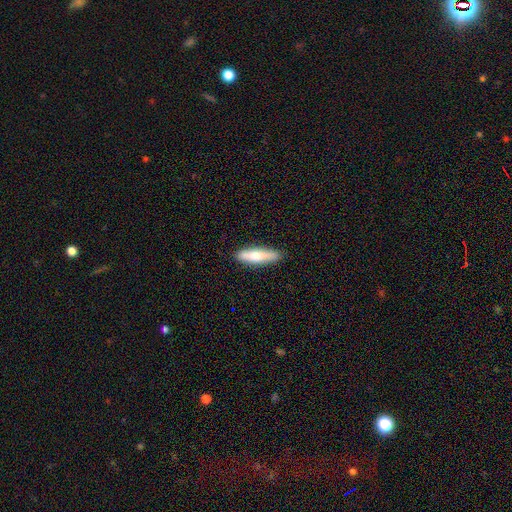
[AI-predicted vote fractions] A smooth galaxy with no disk features (67%) that is cigar-shaped (72%).

Vote fractions:
- Smooth or featured? smooth: 67% / featured or disk: 27% / star or artifact: 6%
- How rounded? cigar-shaped: 72% / in between: 26% / round: 2%
- Merging? none: 85% / minor disturbance: 12% / major disturbance: 2% / merger: 1%